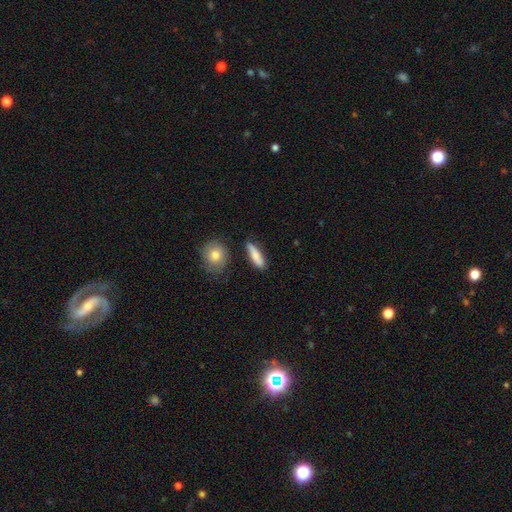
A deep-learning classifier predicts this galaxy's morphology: A smooth galaxy with no disk features (73%) that is cigar-shaped (64%). Merging: none (79%).